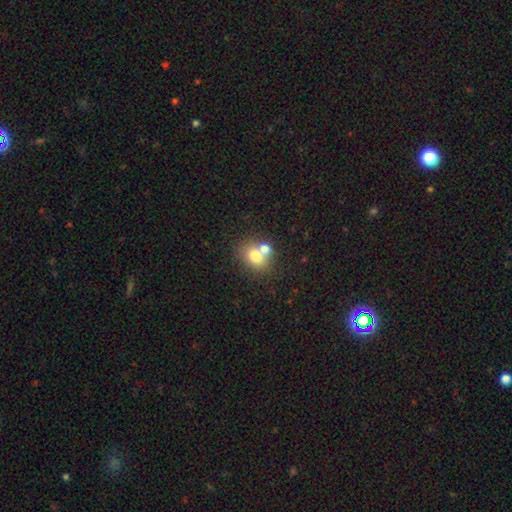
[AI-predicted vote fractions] A smooth galaxy with no disk features (73%) that is round (57%). Merging: none (44%, tied with merger).